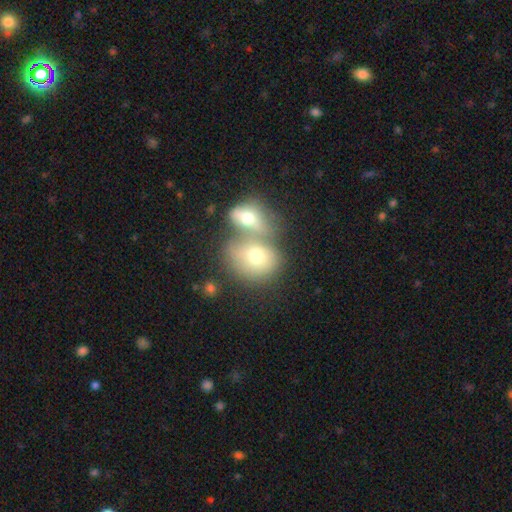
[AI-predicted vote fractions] Smooth or featured?
  - smooth: 66% *
  - featured or disk: 23%
  - star or artifact: 11%
How rounded?
  - round: 57% *
  - in between: 41%
  - cigar-shaped: 1%
Merging?
  - merger: 61% *
  - none: 28%
  - minor disturbance: 7%
  - major disturbance: 4%